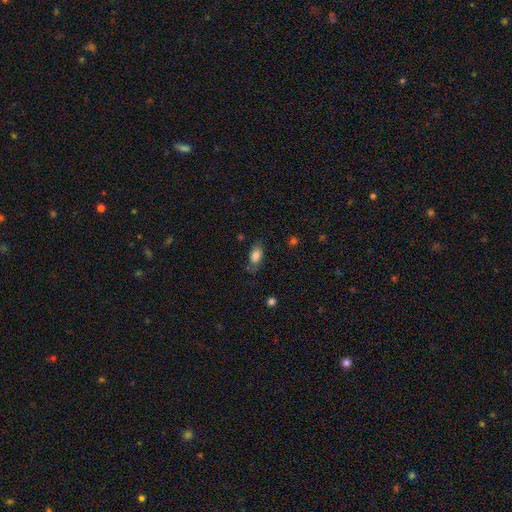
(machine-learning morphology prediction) A smooth galaxy with no disk features (78%) that is in between round and cigar-shaped (88%).

Vote fractions:
- Smooth or featured? smooth: 78% / featured or disk: 13% / star or artifact: 9%
- How rounded? in between: 88% / cigar-shaped: 6% / round: 6%
- Merging? none: 64% / minor disturbance: 25% / major disturbance: 9% / merger: 2%